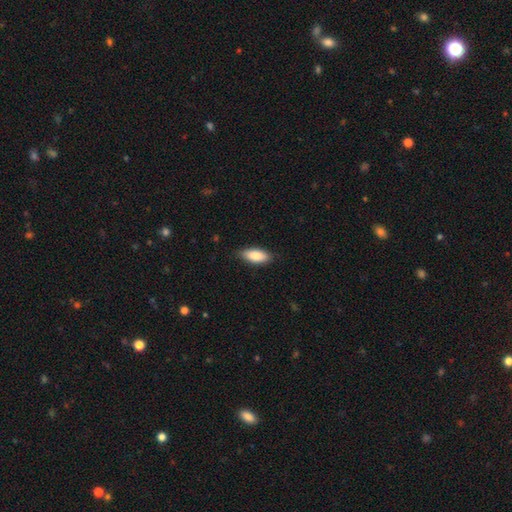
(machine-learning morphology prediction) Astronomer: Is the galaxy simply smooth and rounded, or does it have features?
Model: smooth — 85%.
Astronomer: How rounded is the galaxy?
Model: in between — 82%.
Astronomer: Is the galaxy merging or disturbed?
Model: none — 84%.